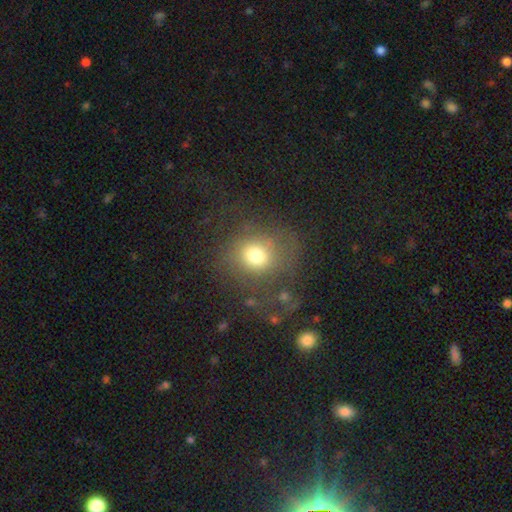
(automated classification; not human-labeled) Morphology: type=smooth (69%); roundness=round (80%); merging=none (62%).